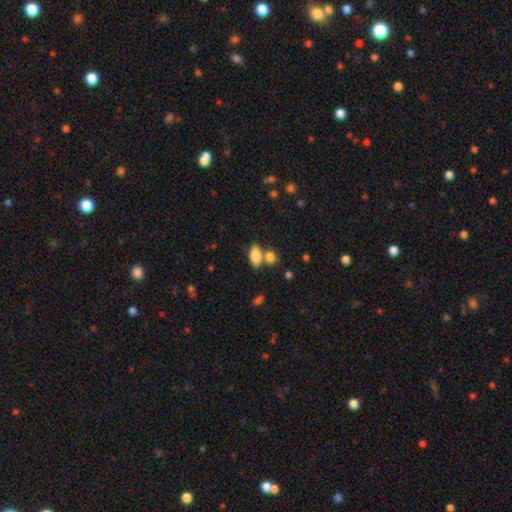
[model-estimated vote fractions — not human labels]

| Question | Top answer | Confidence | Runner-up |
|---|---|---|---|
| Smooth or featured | smooth | 84% | featured or disk (8%) |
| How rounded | in between | 88% | round (8%) |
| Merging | none | 53% | merger (31%) |